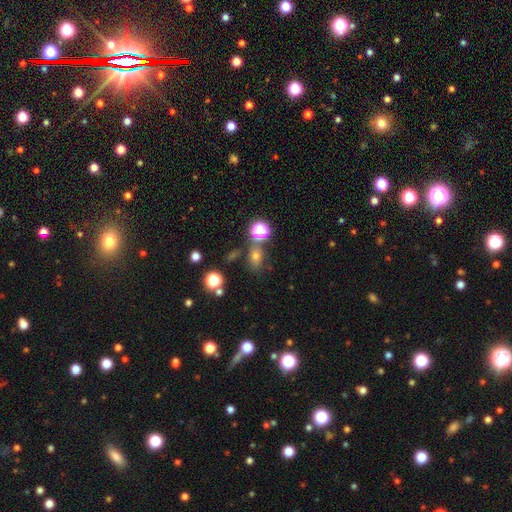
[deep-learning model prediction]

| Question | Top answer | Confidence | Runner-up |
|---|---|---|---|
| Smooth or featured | smooth | 61% | star or artifact (27%) |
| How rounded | in between | 59% | round (38%) |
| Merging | none | 68% | merger (14%) |